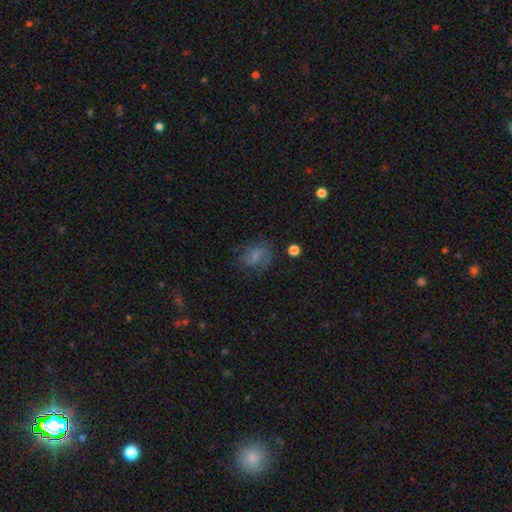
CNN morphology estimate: Smooth or featured?
  - smooth: 68% *
  - featured or disk: 20%
  - star or artifact: 12%
How rounded?
  - round: 57% *
  - in between: 42%
  - cigar-shaped: 1%
Merging?
  - none: 65% *
  - minor disturbance: 21%
  - major disturbance: 11%
  - merger: 2%